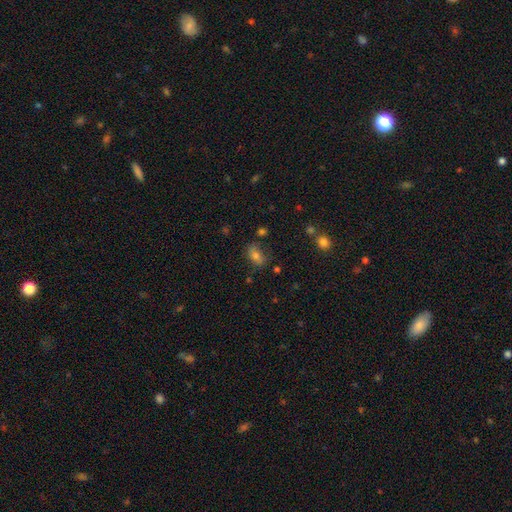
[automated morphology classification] Smooth or featured? smooth (76%)
How rounded? in between (85%)
Merging? none (67%)